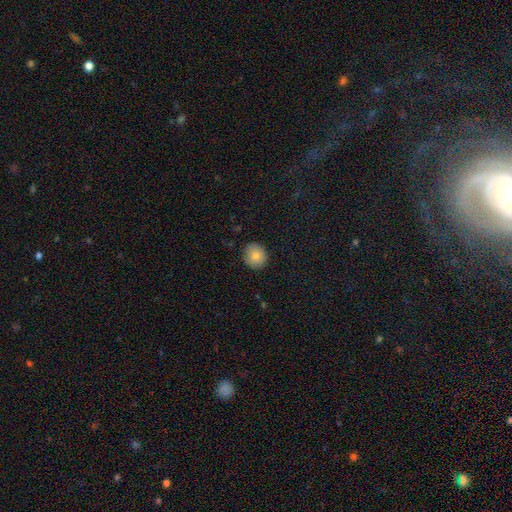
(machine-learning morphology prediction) Smooth or featured?
  - smooth: 79% *
  - featured or disk: 12%
  - star or artifact: 9%
How rounded?
  - round: 84% *
  - in between: 15%
  - cigar-shaped: 1%
Merging?
  - none: 86% *
  - minor disturbance: 11%
  - major disturbance: 2%
  - merger: 1%